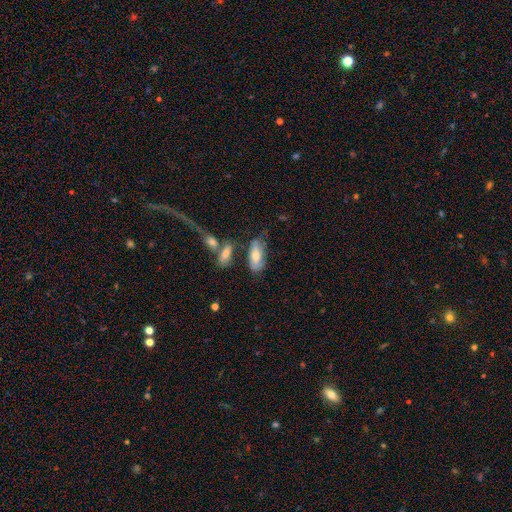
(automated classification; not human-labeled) Morphology: type=smooth (60%); roundness=in between (84%); merging=none (46%).